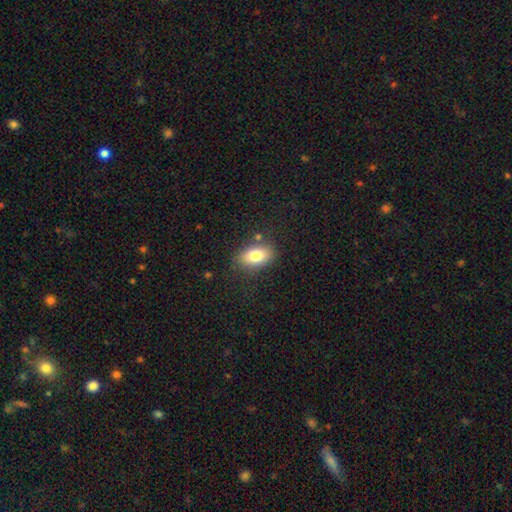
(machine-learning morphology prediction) type=smooth (78%); roundness=in between (87%); merging=none (79%).